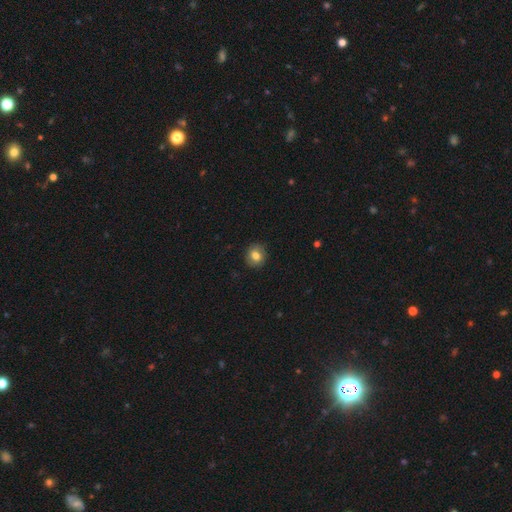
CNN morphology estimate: Smooth or featured? smooth (77%)
How rounded? round (78%)
Merging? none (88%)